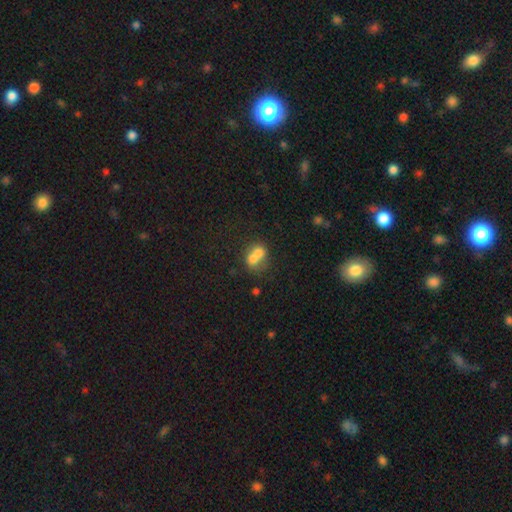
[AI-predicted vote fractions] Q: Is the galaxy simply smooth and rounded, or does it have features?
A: smooth — 66%.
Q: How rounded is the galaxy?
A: round — 59%.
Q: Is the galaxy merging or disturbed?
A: merger — 71%.